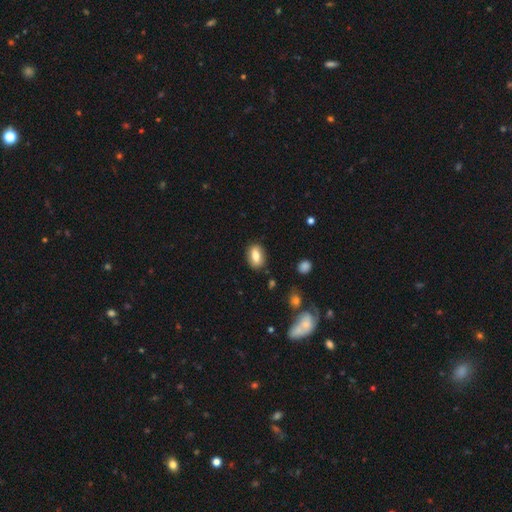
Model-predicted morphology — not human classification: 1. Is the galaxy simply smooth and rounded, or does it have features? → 83% smooth, 10% featured or disk, 8% star or artifact.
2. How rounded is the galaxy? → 87% in between, 9% round, 4% cigar-shaped.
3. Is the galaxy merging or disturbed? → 83% none, 12% minor disturbance, 3% major disturbance, 2% merger.